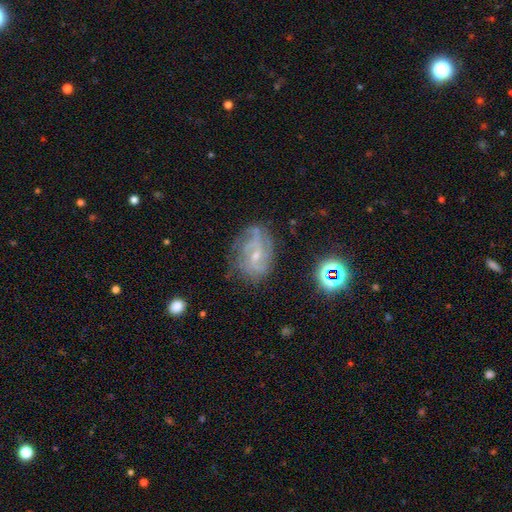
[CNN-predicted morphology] A featured or disk galaxy (80%) with no bar (46%), 2 (31%) medium (44%) spiral arms (93%) and a small central bulge (68%). Merging: none (65%).